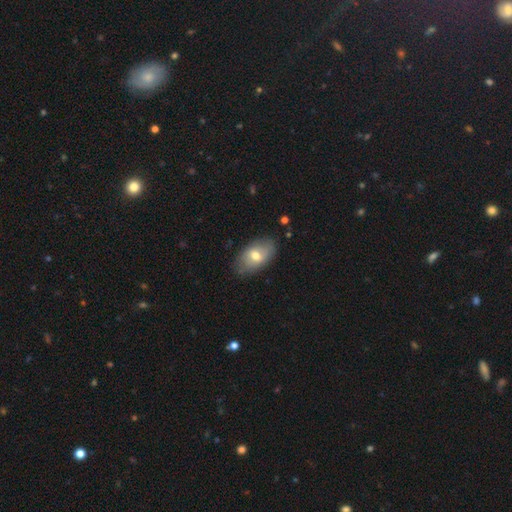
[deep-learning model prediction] Q: Smooth or featured?
A: smooth (63%); runner-up: featured or disk (31%)
Q: How rounded?
A: in between (92%); runner-up: round (6%)
Q: Merging?
A: none (80%); runner-up: minor disturbance (15%)